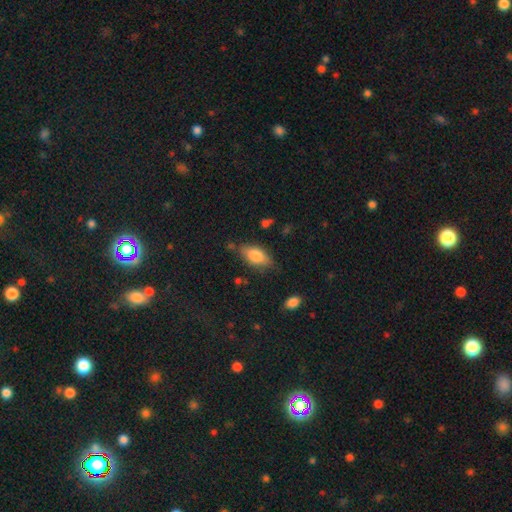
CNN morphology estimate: A smooth galaxy with no disk features (79%) that is in between round and cigar-shaped (88%). Merging: none (73%).